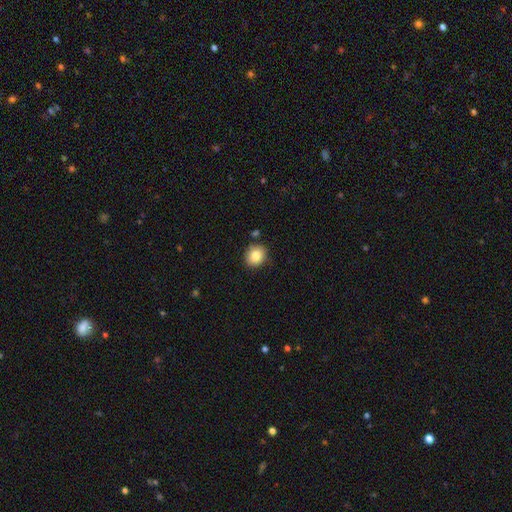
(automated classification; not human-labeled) smooth 84%, star or artifact 9%, featured or disk 7%. Down the decision tree: how rounded — round (77%); merging — none (82%).